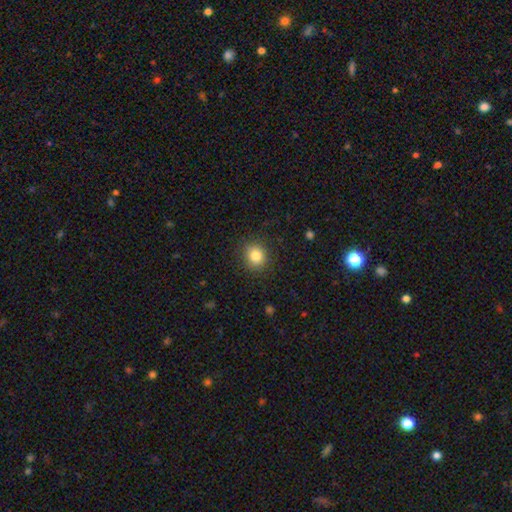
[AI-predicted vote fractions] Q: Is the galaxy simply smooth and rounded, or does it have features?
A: smooth — 83%.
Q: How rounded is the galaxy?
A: round — 83%.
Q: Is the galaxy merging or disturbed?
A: none — 88%.